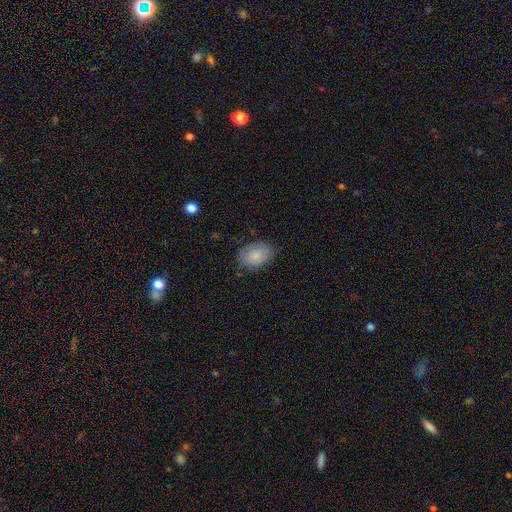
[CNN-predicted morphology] The model was most divided on "merging": none: 82%, minor disturbance: 14%, major disturbance: 3%, merger: 1%. More confident: smooth or featured — smooth (87%); how rounded — in between (86%).